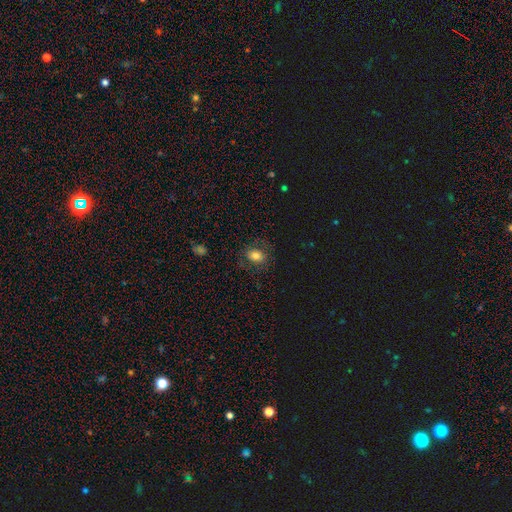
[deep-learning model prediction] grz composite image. It shows a smooth galaxy with no disk features (73%) that is in between round and cigar-shaped (53%). Merging: none (76%).